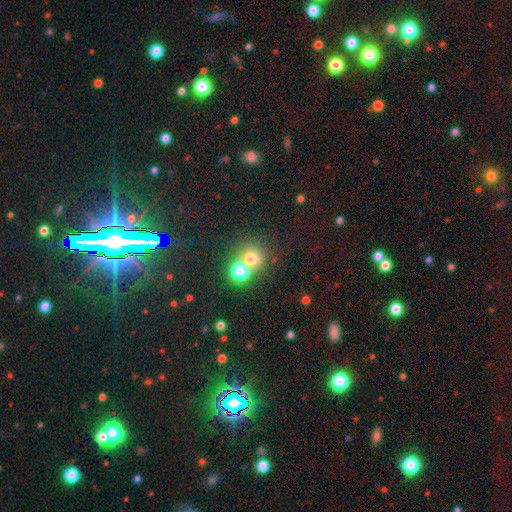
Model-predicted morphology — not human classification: Overall: smooth (66%). How rounded: round (83%). Merging: none (51%; merger 38%).